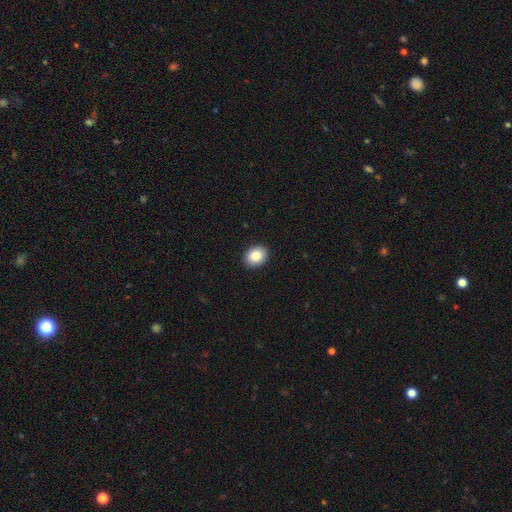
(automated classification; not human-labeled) Smooth or featured? Predicted: smooth (p=0.87). How rounded? Predicted: in between (p=0.60). Merging? Predicted: none (p=0.92).